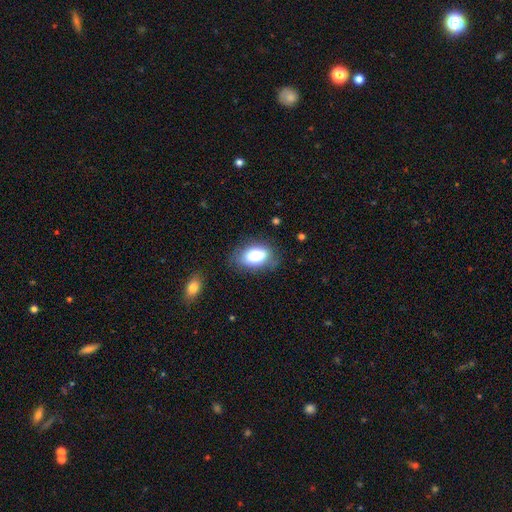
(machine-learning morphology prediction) Smooth or featured: smooth — 82% (featured or disk — 10%)
How rounded: in between — 90% (round — 8%)
Merging: none — 74% (minor disturbance — 19%)